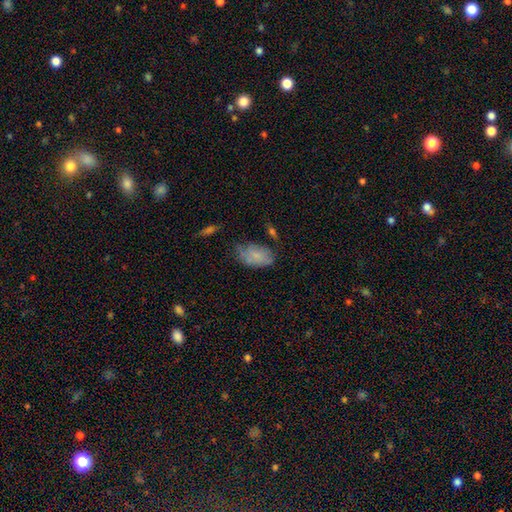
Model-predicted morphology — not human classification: Smooth or featured? smooth (75%)
How rounded? in between (92%)
Merging? none (49%)